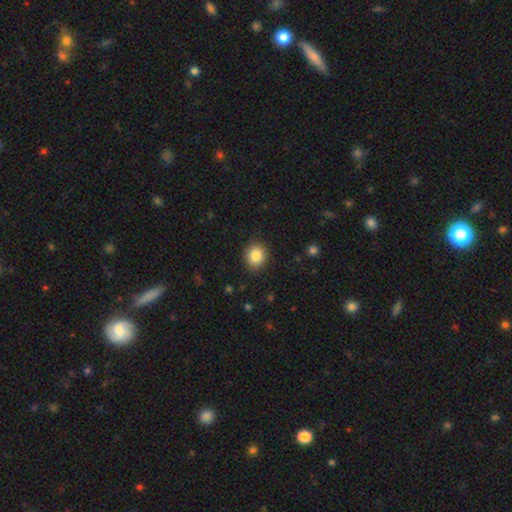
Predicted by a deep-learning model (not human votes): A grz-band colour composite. It shows a smooth galaxy with no disk features (86%) that is round (68%). Merging: none (88%).